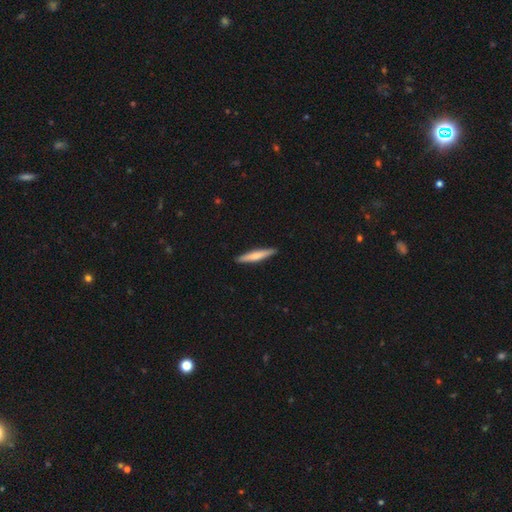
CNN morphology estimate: Overall: smooth (63%; featured or disk 32%). How rounded: cigar-shaped (93%). Merging: none (91%).